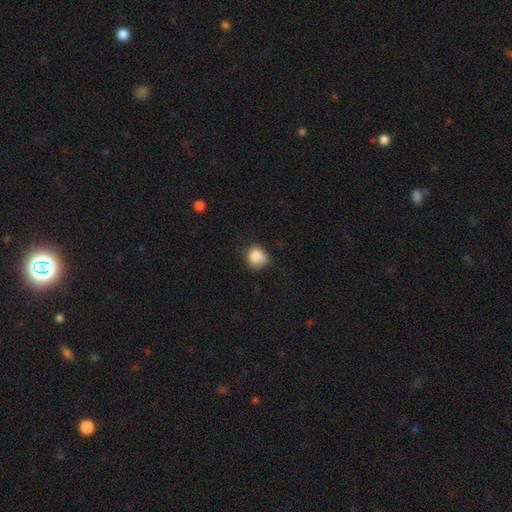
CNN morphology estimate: A smooth galaxy with no disk features (83%) that is round (77%).

Vote fractions:
- Smooth or featured? smooth: 83% / star or artifact: 10% / featured or disk: 8%
- How rounded? round: 77% / in between: 22% / cigar-shaped: 1%
- Merging? none: 57% / minor disturbance: 29% / major disturbance: 8% / merger: 6%